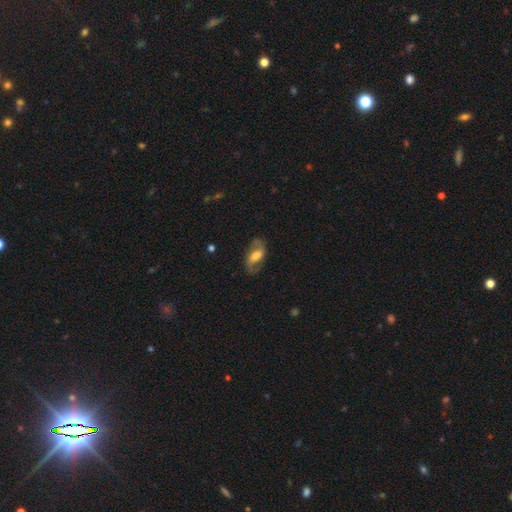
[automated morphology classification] This is likely a featured or disk galaxy (72%). It is clearly not viewed edge-on (94%). Bar: marginally weak (43%). Spiral arm pattern: clearly yes (89%). Spiral arm count: clearly 2 (89%). Spiral winding: possibly medium (46%). Central bulge: possibly moderate (46%). Merging: likely none (74%).